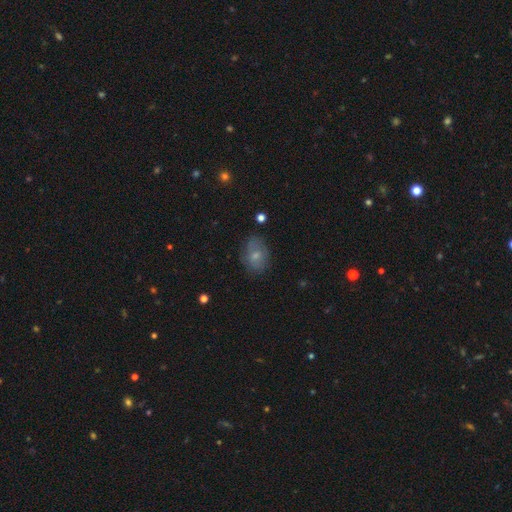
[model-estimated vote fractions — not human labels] The model was most divided on "how rounded": in between: 70%, round: 28%, cigar-shaped: 1%. More confident: smooth or featured — smooth (67%); merging — none (67%).